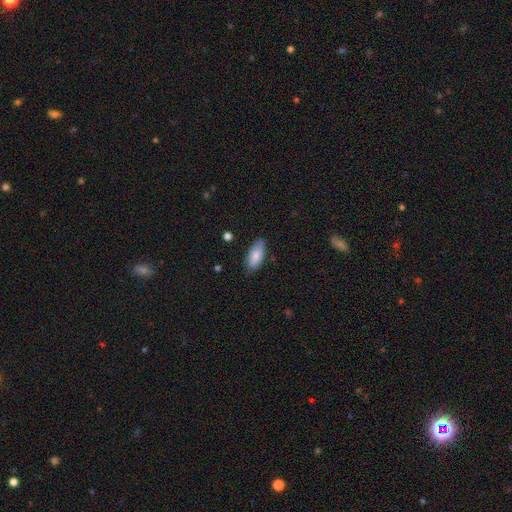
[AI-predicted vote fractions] A smooth galaxy with no disk features (80%) that is in between round and cigar-shaped (88%).

Vote fractions:
- Smooth or featured? smooth: 80% / featured or disk: 14% / star or artifact: 6%
- How rounded? in between: 88% / cigar-shaped: 10% / round: 2%
- Merging? none: 80% / minor disturbance: 16% / major disturbance: 3% / merger: 1%